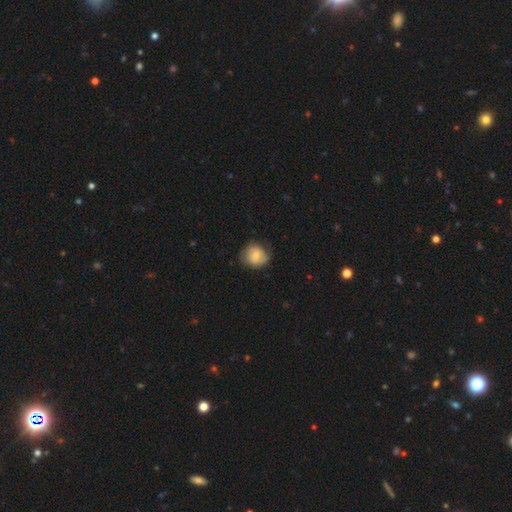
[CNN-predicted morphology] This appears to be a smooth galaxy with no disk features (67%) that is round (79%). Merging: none (69%).